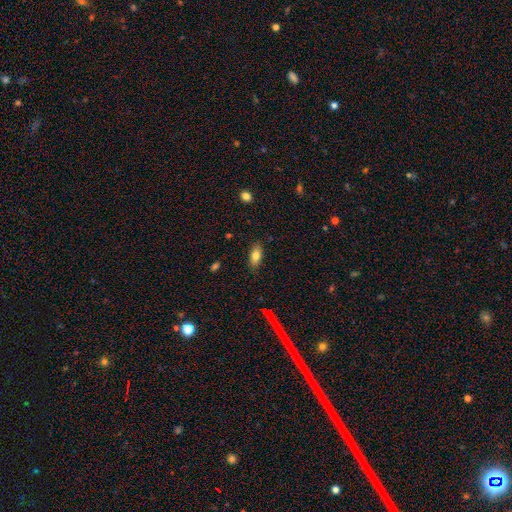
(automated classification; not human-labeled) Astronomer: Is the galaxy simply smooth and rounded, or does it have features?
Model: smooth — 78%.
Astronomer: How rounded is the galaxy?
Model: in between — 83%.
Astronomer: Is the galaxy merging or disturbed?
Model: none — 86%.